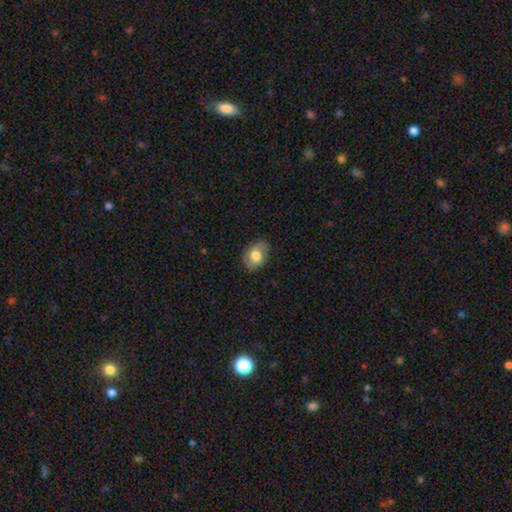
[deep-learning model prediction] Q: Smooth or featured?
A: smooth (70%); runner-up: featured or disk (22%)
Q: How rounded?
A: in between (76%); runner-up: round (22%)
Q: Merging?
A: none (80%); runner-up: minor disturbance (15%)